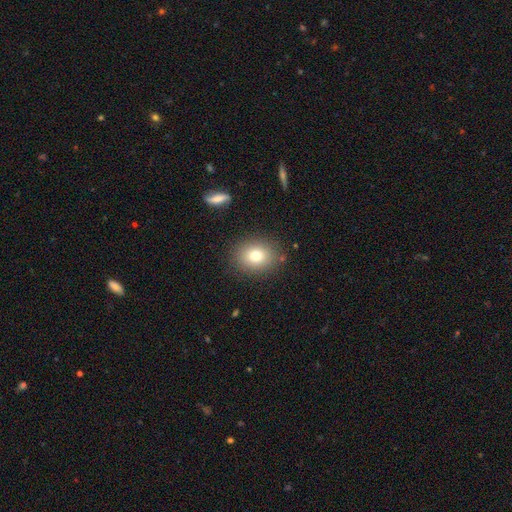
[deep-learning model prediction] smooth-or-featured: smooth: 77% | star or artifact: 11% | featured or disk: 11%
  how-rounded: round: 57% | in between: 43% | cigar-shaped: 1%
  merging: none: 85% | minor disturbance: 9% | major disturbance: 3% | merger: 2%